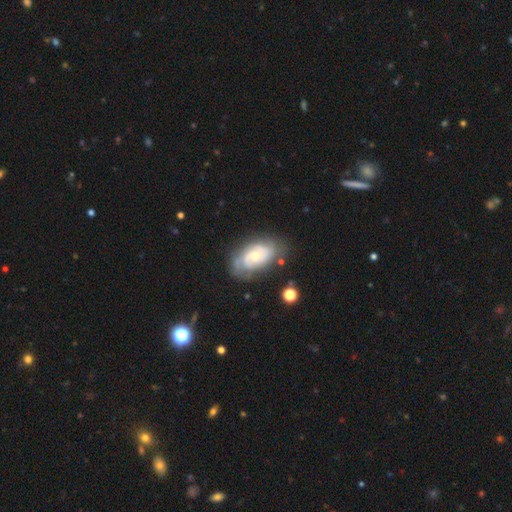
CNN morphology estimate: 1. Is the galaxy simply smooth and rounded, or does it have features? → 69% featured or disk, 24% smooth, 7% star or artifact.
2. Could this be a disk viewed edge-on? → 95% no, 5% yes.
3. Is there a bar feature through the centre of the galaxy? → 75% no, 21% weak, 3% strong.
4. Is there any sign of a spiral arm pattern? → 85% yes, 15% no.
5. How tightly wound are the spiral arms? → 55% tight, 33% medium, 12% loose.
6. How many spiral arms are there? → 41% 2, 37% can't tell, 9% 3, 7% 1, 3% 4, 2% more than 4.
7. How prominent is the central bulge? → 55% small, 39% moderate, 3% large, 2% none, 1% dominant.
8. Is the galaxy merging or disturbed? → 67% none, 21% minor disturbance, 8% major disturbance, 3% merger.